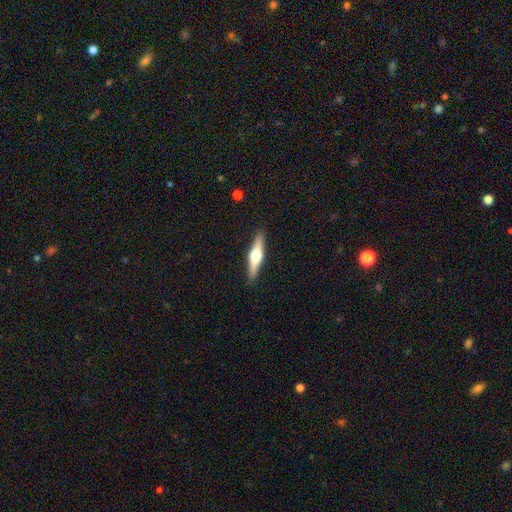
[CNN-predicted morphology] This is likely a featured or disk galaxy (61%). It is clearly viewed edge-on (96%). Edge-on bulge: clearly rounded (95%). Merging: clearly none (90%).